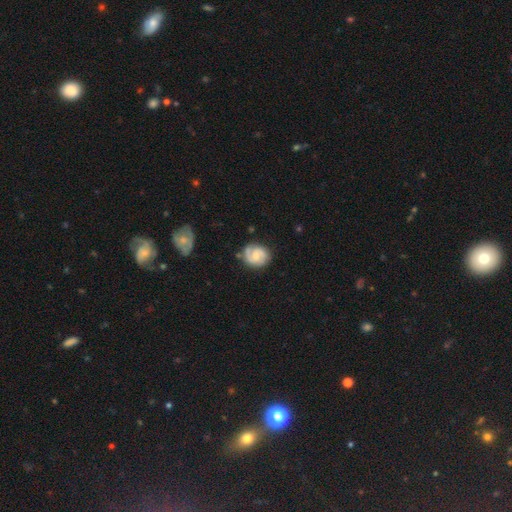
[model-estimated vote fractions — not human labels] Smooth or featured: featured or disk — 68% (smooth — 26%)
Edge-on disk: no — 98% (yes — 2%)
Bar: no — 47% (weak — 45%)
Spiral arms: yes — 92% (no — 8%)
Spiral winding: medium — 43% (tight — 41%)
Spiral arm count: 2 — 80% (can't tell — 10%)
Bulge size: moderate — 45% (small — 44%)
Merging: none — 74% (minor disturbance — 19%)